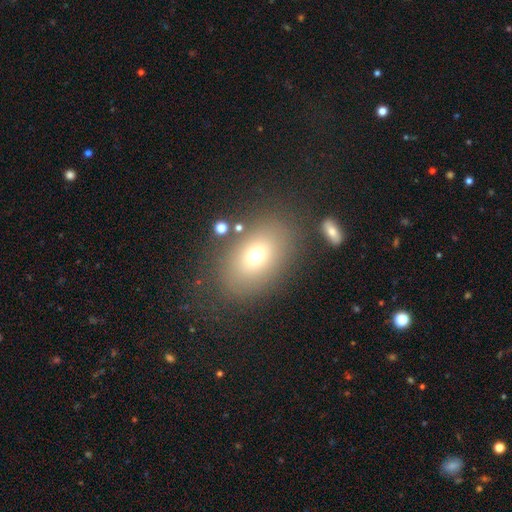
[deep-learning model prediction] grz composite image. It shows a smooth galaxy with no disk features (69%) that is in between round and cigar-shaped (77%). Merging: none (77%).